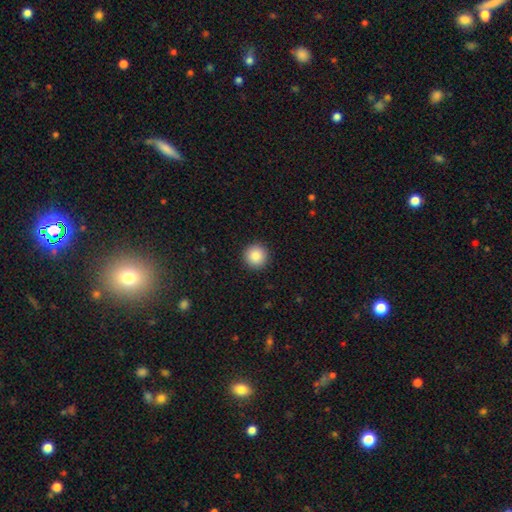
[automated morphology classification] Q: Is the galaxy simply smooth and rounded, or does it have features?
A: smooth — 87%.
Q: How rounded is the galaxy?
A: round — 96%.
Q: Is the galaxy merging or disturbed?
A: none — 93%.